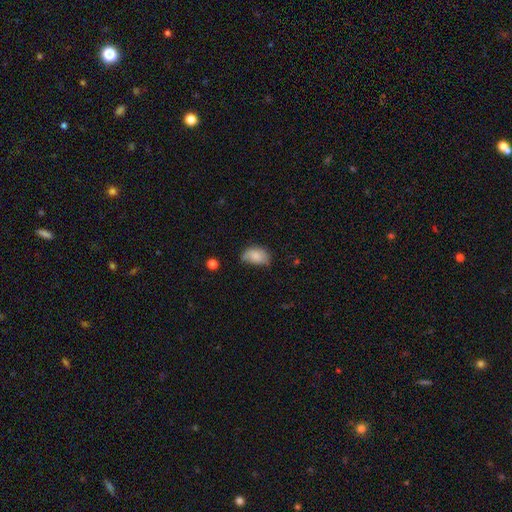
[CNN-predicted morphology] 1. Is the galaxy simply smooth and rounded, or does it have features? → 74% smooth, 17% featured or disk, 8% star or artifact.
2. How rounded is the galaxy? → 86% in between, 12% round, 1% cigar-shaped.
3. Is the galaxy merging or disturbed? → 42% minor disturbance, 40% none, 15% major disturbance, 3% merger.